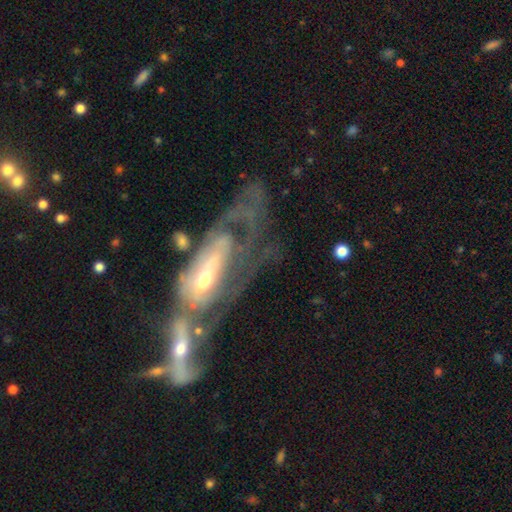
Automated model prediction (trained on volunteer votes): Q: Smooth or featured?
A: featured or disk (73%); runner-up: smooth (18%)
Q: Edge-on disk?
A: no (87%); runner-up: yes (13%)
Q: Bar?
A: no (65%); runner-up: weak (24%)
Q: Spiral arms?
A: yes (62%); runner-up: no (38%)
Q: Bulge size?
A: moderate (50%); runner-up: small (41%)
Q: Merging?
A: merger (58%); runner-up: major disturbance (22%)